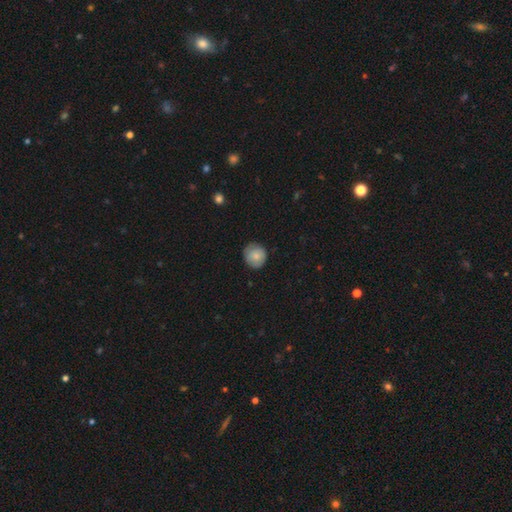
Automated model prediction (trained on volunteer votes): A smooth galaxy with no disk features (80%) that is round (88%).

Vote fractions:
- Smooth or featured? smooth: 80% / featured or disk: 12% / star or artifact: 7%
- How rounded? round: 88% / in between: 11% / cigar-shaped: 1%
- Merging? none: 80% / minor disturbance: 16% / major disturbance: 3% / merger: 1%